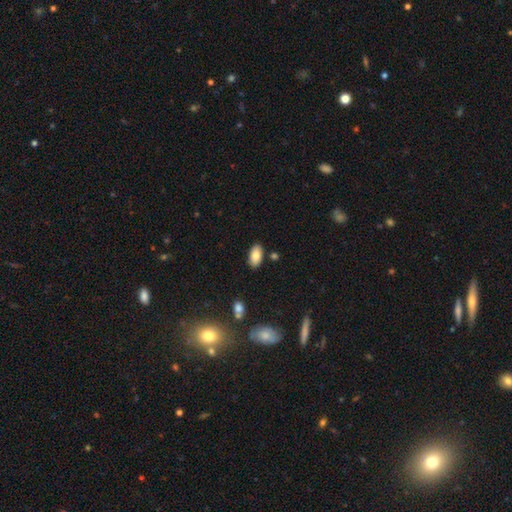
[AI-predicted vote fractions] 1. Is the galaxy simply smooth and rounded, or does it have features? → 83% smooth, 9% featured or disk, 7% star or artifact.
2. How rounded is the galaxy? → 94% in between, 3% round, 3% cigar-shaped.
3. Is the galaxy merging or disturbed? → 85% none, 10% minor disturbance, 3% merger, 2% major disturbance.